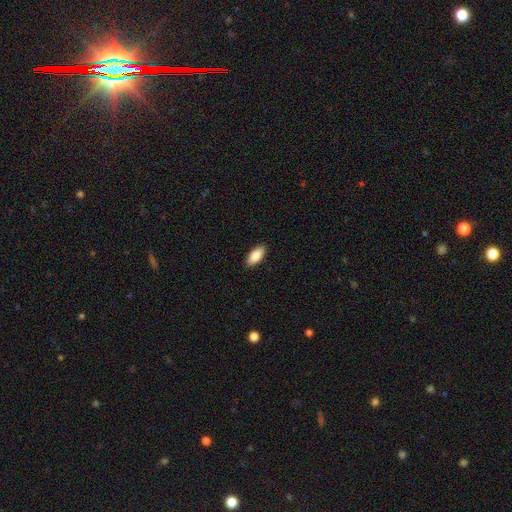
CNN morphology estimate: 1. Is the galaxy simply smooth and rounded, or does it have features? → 85% smooth, 9% featured or disk, 6% star or artifact.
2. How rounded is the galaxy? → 90% in between, 8% cigar-shaped, 2% round.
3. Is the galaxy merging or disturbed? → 90% none, 8% minor disturbance, 2% major disturbance, 1% merger.